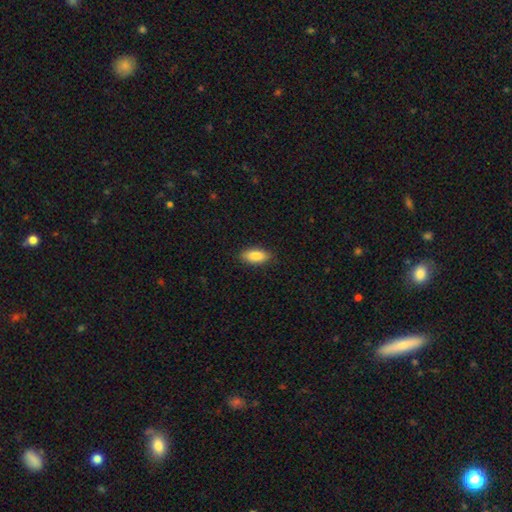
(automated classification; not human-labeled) This appears to be a smooth galaxy with no disk features (86%) that is in between round and cigar-shaped (85%). Merging: none (88%).